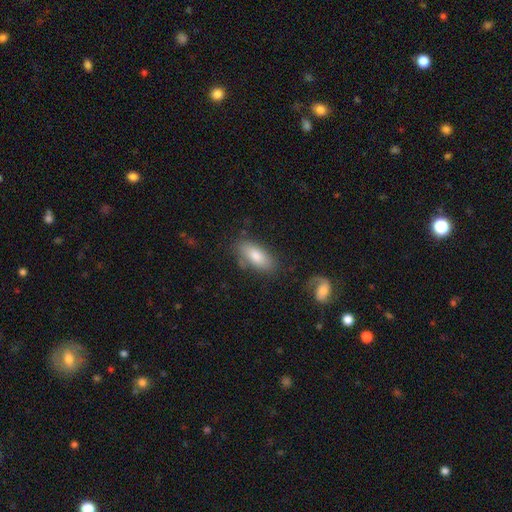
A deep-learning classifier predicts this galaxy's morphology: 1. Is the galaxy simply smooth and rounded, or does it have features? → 75% smooth, 18% featured or disk, 7% star or artifact.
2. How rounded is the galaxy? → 83% in between, 14% cigar-shaped, 3% round.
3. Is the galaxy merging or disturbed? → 70% none, 18% minor disturbance, 6% major disturbance, 6% merger.